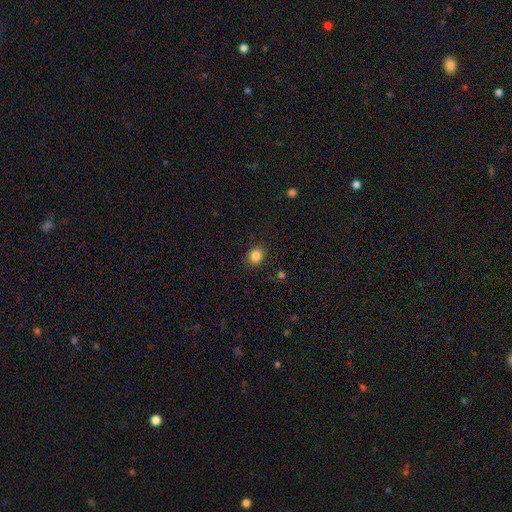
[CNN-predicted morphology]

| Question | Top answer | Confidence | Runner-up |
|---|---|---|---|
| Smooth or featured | smooth | 85% | star or artifact (11%) |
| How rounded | round | 68% | in between (31%) |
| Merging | none | 88% | minor disturbance (8%) |